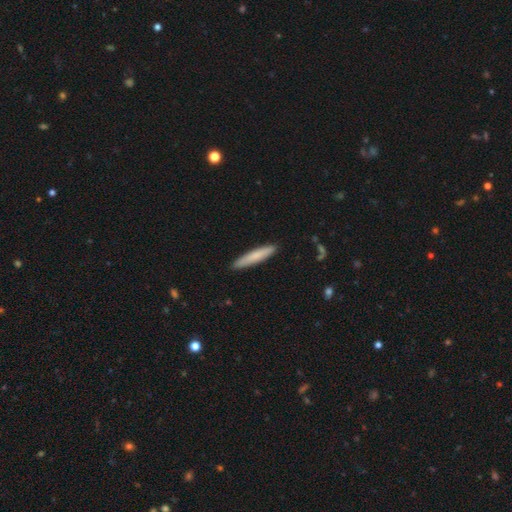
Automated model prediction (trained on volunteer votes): smooth 77%, featured or disk 18%, star or artifact 6%. Down the decision tree: how rounded — cigar-shaped (92%); merging — none (90%).